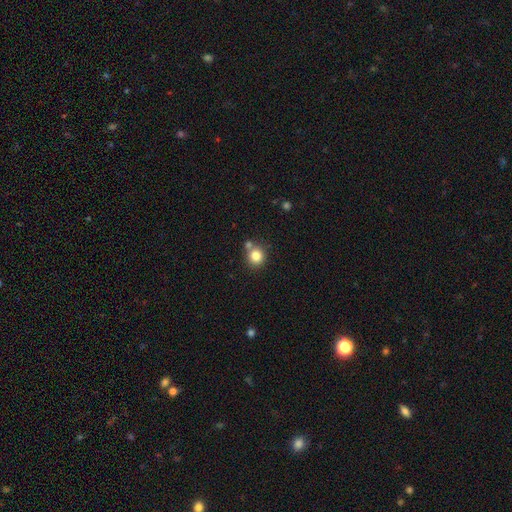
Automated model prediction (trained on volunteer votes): Smooth or featured: smooth — 82% (star or artifact — 11%)
How rounded: round — 89% (in between — 10%)
Merging: none — 66% (merger — 21%)